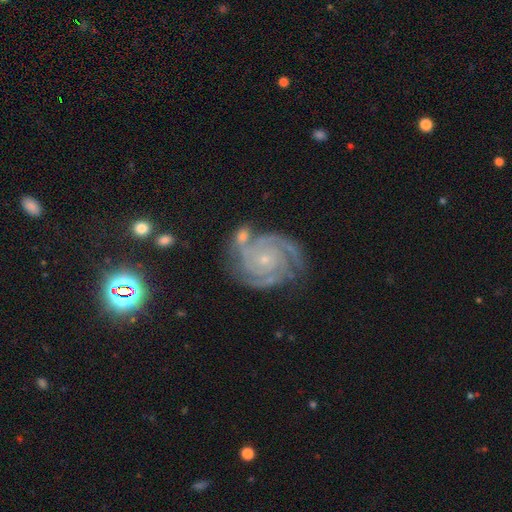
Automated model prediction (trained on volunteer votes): Smooth or featured? Predicted: featured or disk (p=0.87). Edge-on disk? Predicted: no (p=0.98). Bar? Predicted: no (p=0.75). Spiral arms? Predicted: yes (p=0.98). Spiral winding? Predicted: tight (p=0.76). Spiral arm count? Predicted: 3 (p=0.39). Bulge size? Predicted: small (p=0.78). Merging? Predicted: none (p=0.69).